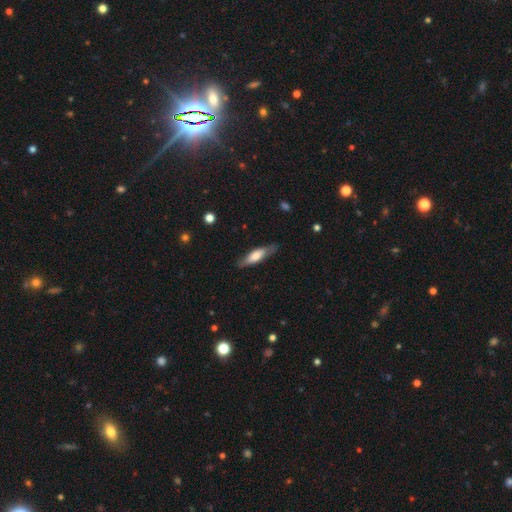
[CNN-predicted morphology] Overall: smooth (54%; featured or disk 40%). How rounded: cigar-shaped (61%; in between 37%). Merging: none (77%).